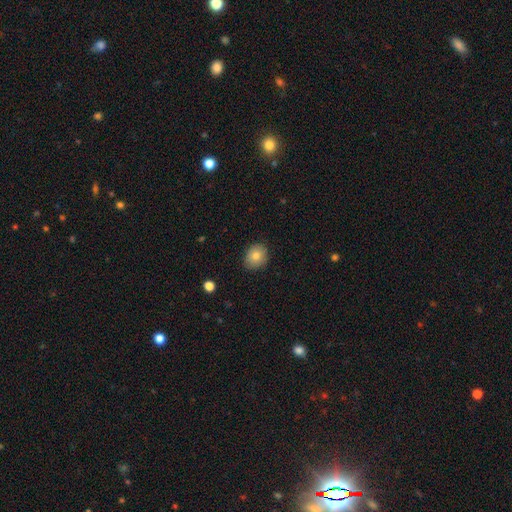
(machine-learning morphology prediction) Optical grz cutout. It shows a smooth galaxy with no disk features (80%) that is round (60%). Merging: none (87%).